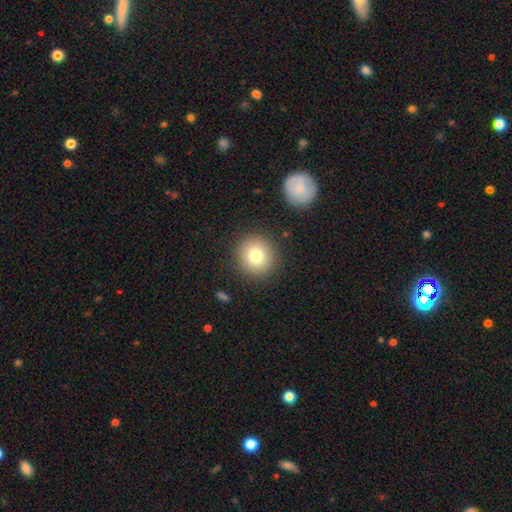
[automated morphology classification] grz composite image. It shows a smooth galaxy with no disk features (79%) that is round (90%). Merging: none (88%).